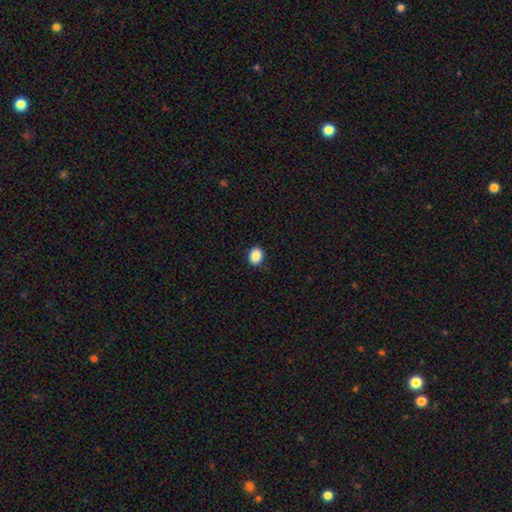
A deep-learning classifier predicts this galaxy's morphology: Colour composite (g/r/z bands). It shows a smooth galaxy with no disk features (89%) that is in between round and cigar-shaped (52%). Merging: none (90%).